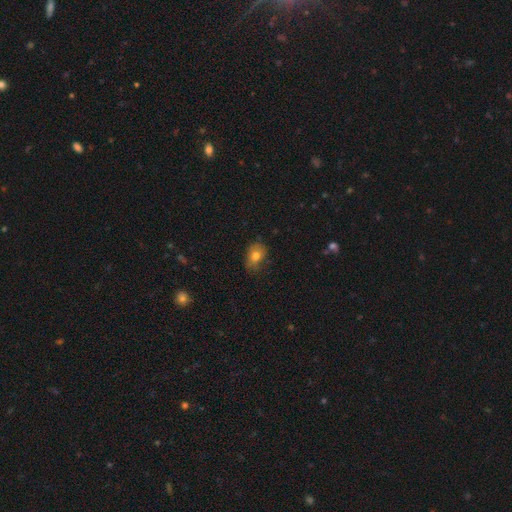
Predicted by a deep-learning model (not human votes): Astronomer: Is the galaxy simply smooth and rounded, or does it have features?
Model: smooth — 74%.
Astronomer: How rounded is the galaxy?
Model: in between — 67%.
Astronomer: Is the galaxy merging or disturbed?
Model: none — 64%.